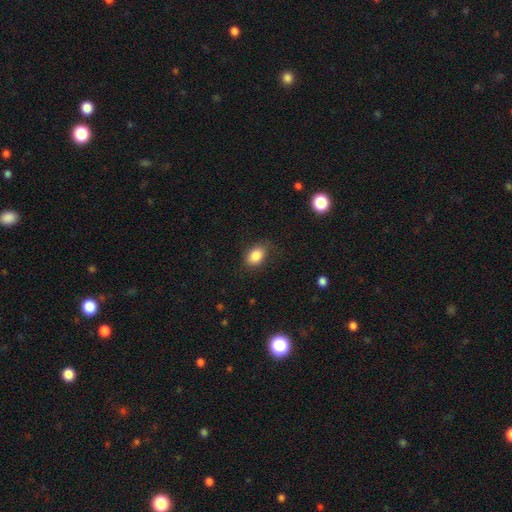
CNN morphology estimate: The model was most divided on "merging": none: 78%, minor disturbance: 17%, major disturbance: 5%, merger: 1%. More confident: smooth or featured — smooth (85%); how rounded — in between (80%).